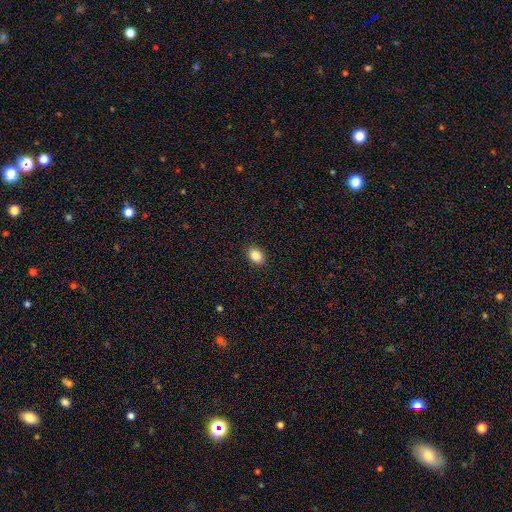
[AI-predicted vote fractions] Smooth or featured? smooth (86%)
How rounded? in between (62%)
Merging? none (90%)